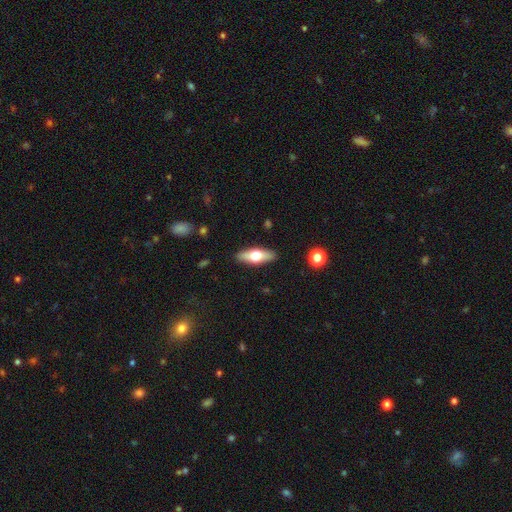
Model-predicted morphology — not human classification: This is possibly a smooth galaxy (56%). How rounded: likely in between (64%). Merging: clearly none (89%).